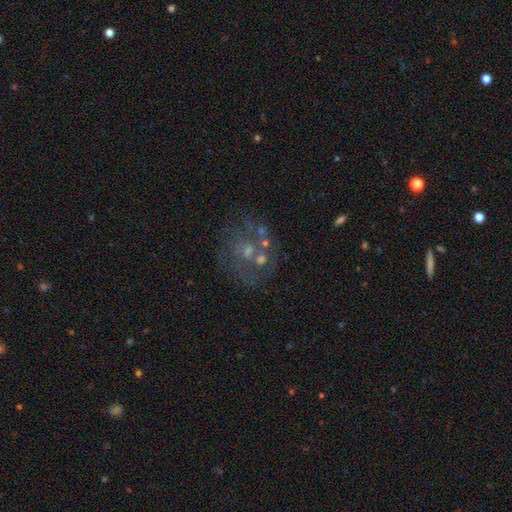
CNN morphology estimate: Q: Smooth or featured?
A: featured or disk (68%); runner-up: smooth (16%)
Q: Edge-on disk?
A: no (98%); runner-up: yes (2%)
Q: Bar?
A: no (75%); runner-up: weak (21%)
Q: Spiral arms?
A: yes (58%); runner-up: no (42%)
Q: Bulge size?
A: small (44%); runner-up: moderate (30%)
Q: Merging?
A: none (53%); runner-up: major disturbance (17%)